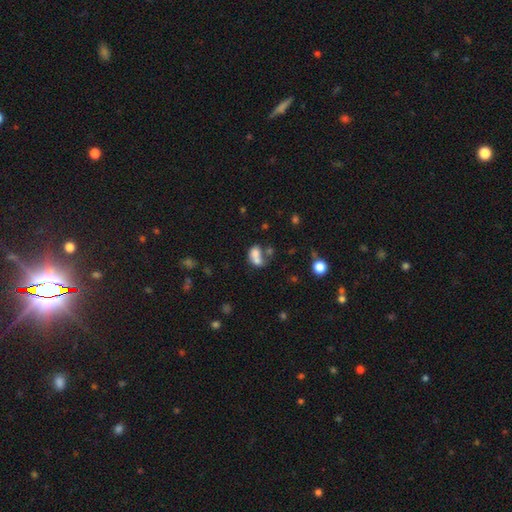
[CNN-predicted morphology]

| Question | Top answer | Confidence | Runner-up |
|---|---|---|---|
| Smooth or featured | smooth | 70% | featured or disk (19%) |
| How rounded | in between | 68% | round (31%) |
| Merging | merger | 66% | none (19%) |